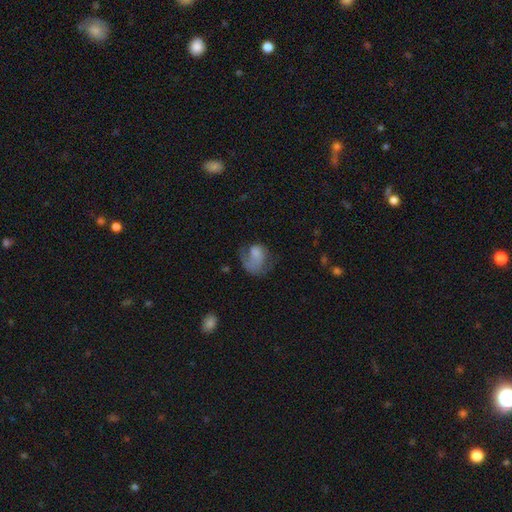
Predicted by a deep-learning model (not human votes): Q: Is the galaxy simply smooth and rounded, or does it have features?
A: smooth — 49%.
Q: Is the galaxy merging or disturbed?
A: major disturbance — 43%.